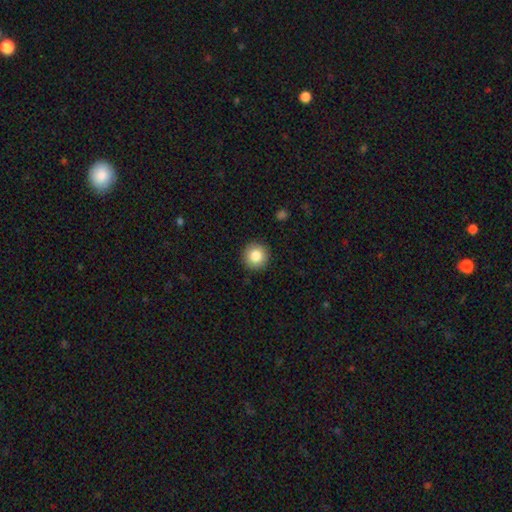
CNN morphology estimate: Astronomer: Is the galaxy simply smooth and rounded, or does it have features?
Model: smooth — 83%.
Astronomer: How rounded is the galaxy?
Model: round — 95%.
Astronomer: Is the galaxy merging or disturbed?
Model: none — 92%.